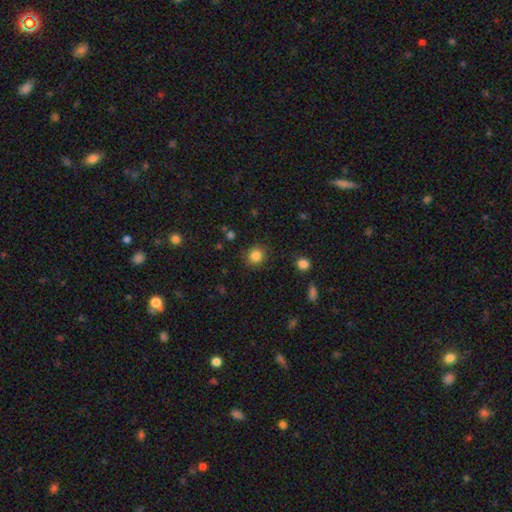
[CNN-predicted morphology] This appears to be a smooth galaxy with no disk features (85%) that is round (89%). Merging: none (88%).